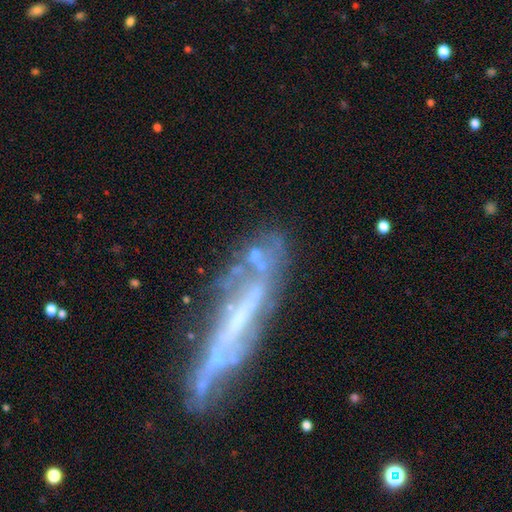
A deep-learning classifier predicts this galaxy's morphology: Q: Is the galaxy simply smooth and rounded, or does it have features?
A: featured or disk — 51%.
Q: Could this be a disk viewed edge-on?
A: no — 89%.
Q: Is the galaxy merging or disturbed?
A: none — 36%.